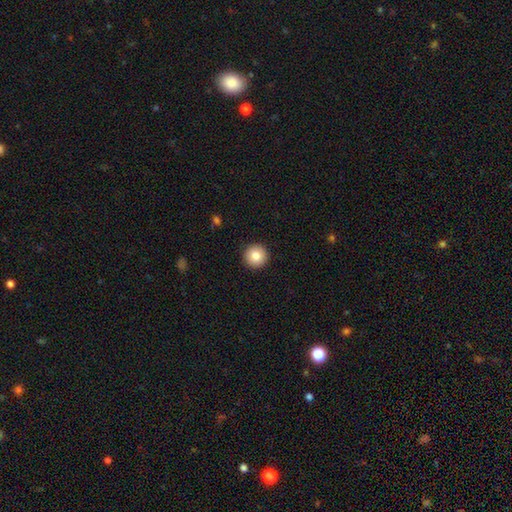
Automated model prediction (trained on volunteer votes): This appears to be a smooth galaxy with no disk features (83%) that is round (96%). Merging: none (93%).